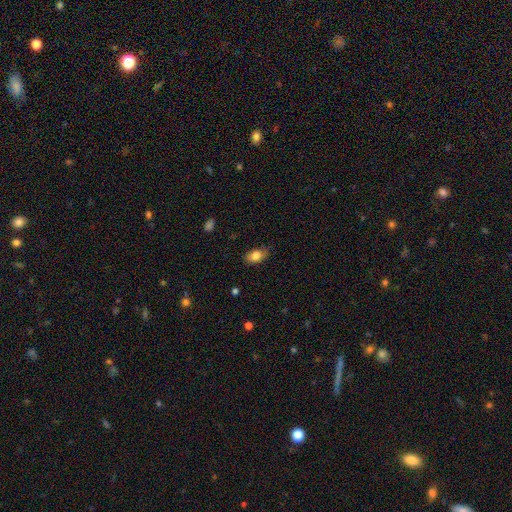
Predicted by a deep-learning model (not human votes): Smooth or featured? smooth (83%)
How rounded? in between (87%)
Merging? none (76%)